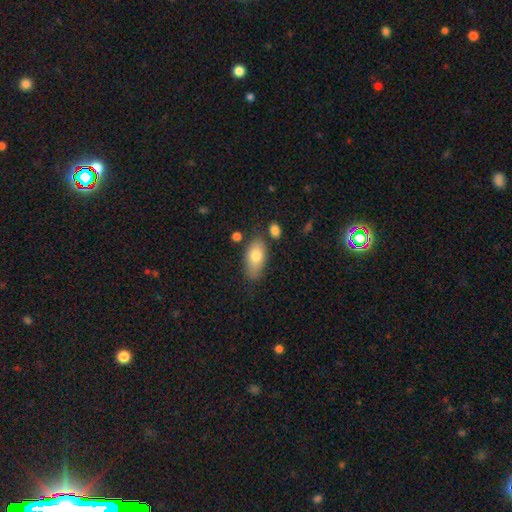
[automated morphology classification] Smooth or featured? Predicted: smooth (p=0.77). How rounded? Predicted: in between (p=0.90). Merging? Predicted: none (p=0.69).